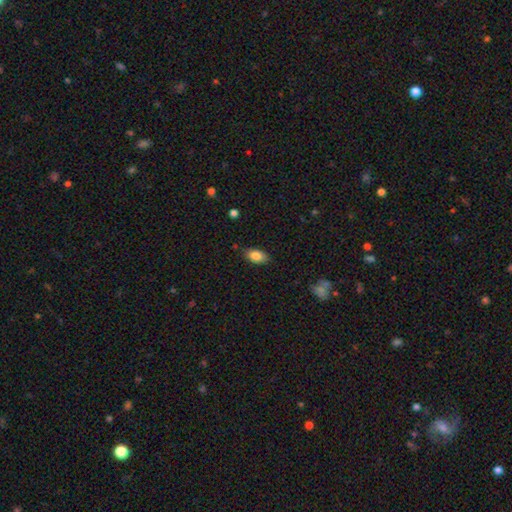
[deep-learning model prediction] Smooth or featured: smooth — 84% (featured or disk — 8%)
How rounded: in between — 91% (round — 6%)
Merging: none — 84% (minor disturbance — 12%)